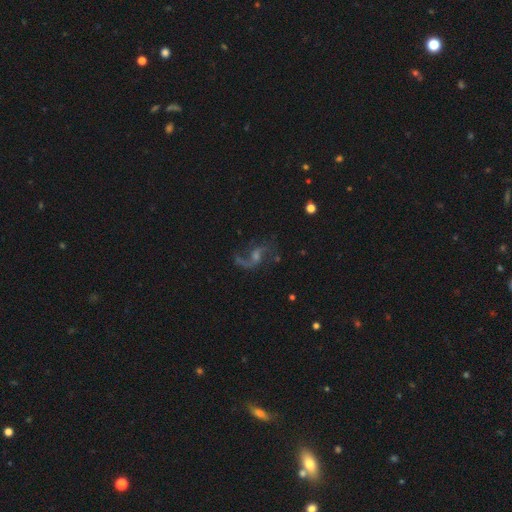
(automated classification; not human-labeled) Smooth or featured? Predicted: featured or disk (p=0.82). Edge-on disk? Predicted: no (p=0.96). Bar? Predicted: weak (p=0.44). Spiral arms? Predicted: yes (p=0.94). Spiral winding? Predicted: loose (p=0.75). Spiral arm count? Predicted: 2 (p=0.83). Bulge size? Predicted: small (p=0.47). Merging? Predicted: none (p=0.65).